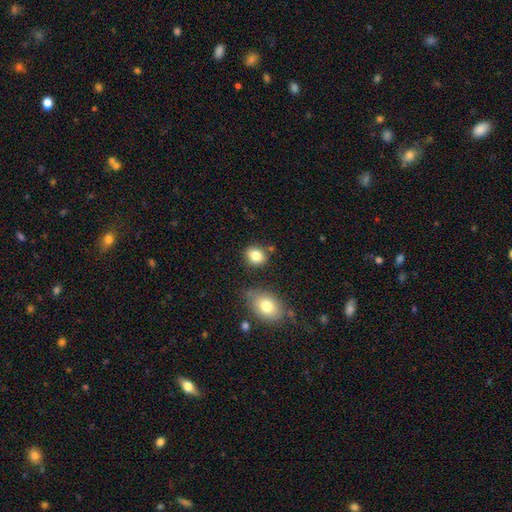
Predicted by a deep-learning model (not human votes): Smooth or featured: smooth — 82% (star or artifact — 10%)
How rounded: round — 59% (in between — 40%)
Merging: none — 78% (minor disturbance — 12%)